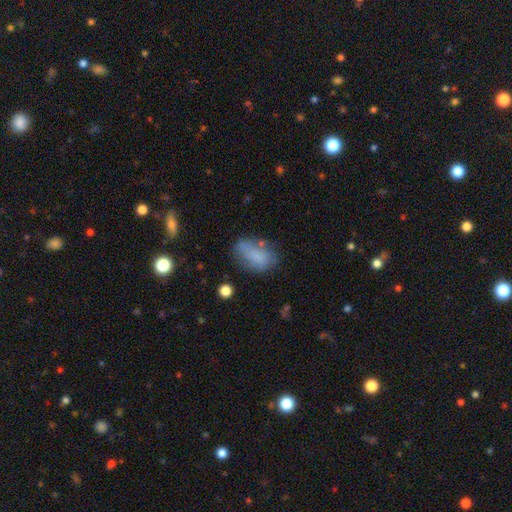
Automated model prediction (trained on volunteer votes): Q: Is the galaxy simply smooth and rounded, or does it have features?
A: smooth — 74%.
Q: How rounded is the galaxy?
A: in between — 88%.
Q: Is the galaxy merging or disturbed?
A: none — 51%.